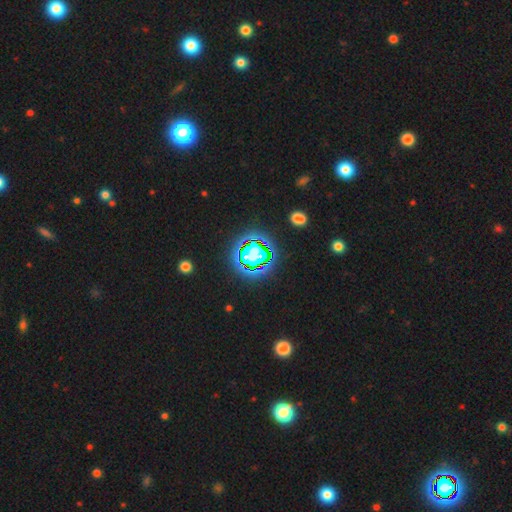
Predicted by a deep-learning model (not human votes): Smooth or featured? Predicted: star or artifact (p=0.76).